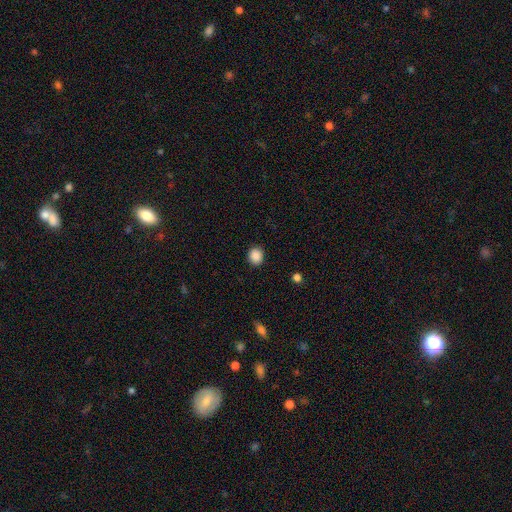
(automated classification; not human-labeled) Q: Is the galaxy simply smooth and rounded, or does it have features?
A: smooth — 88%.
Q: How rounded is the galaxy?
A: round — 77%.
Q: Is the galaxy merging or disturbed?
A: none — 90%.